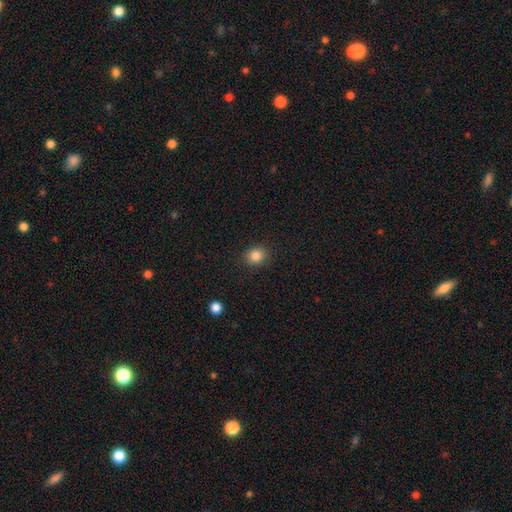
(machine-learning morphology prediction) A smooth galaxy with no disk features (86%) that is round (70%).

Vote fractions:
- Smooth or featured? smooth: 86% / star or artifact: 10% / featured or disk: 4%
- How rounded? round: 70% / in between: 29% / cigar-shaped: 1%
- Merging? none: 88% / minor disturbance: 8% / major disturbance: 3% / merger: 1%